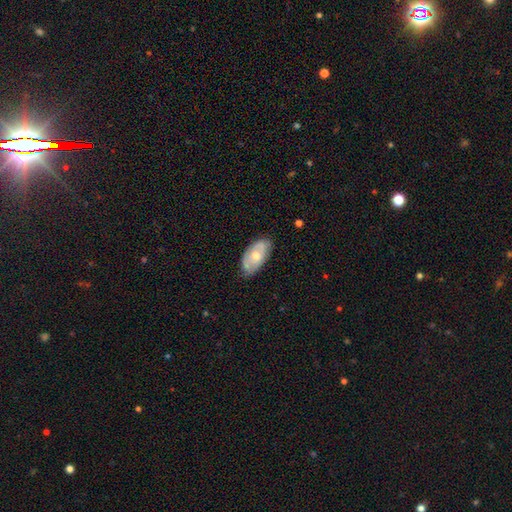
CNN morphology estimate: Overall: smooth (54%; featured or disk 41%). How rounded: in between (93%). Merging: none (70%).